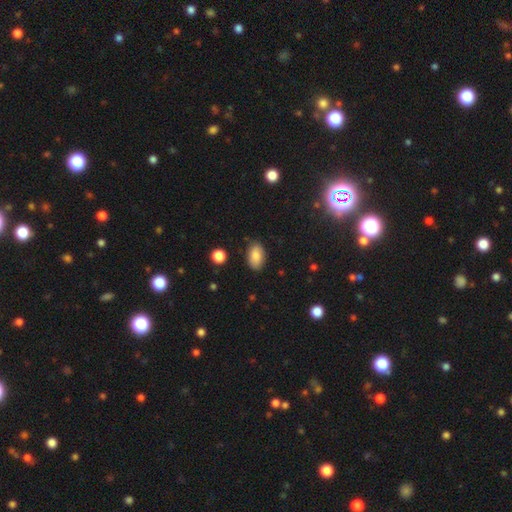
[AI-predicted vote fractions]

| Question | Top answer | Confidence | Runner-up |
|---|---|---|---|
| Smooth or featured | smooth | 84% | star or artifact (8%) |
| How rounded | in between | 93% | round (6%) |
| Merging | none | 83% | minor disturbance (13%) |